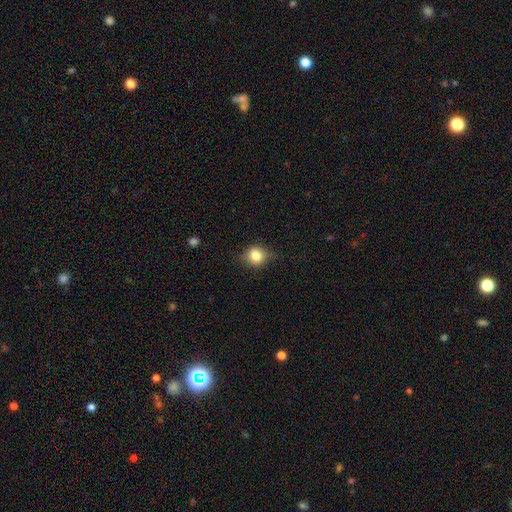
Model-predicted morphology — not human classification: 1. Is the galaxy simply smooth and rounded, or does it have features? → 76% smooth, 13% featured or disk, 10% star or artifact.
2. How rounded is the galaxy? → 73% round, 26% in between, 1% cigar-shaped.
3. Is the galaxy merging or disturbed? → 71% none, 22% minor disturbance, 6% major disturbance, 1% merger.